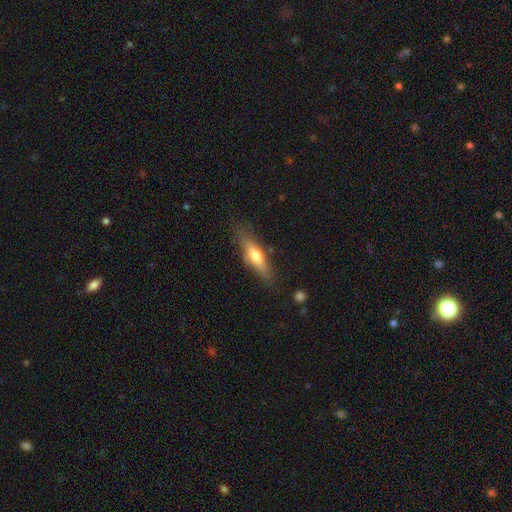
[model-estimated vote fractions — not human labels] The model was most divided on "smooth or featured": smooth: 55%, featured or disk: 39%, star or artifact: 6%. More confident: merging — none (74%); how rounded — cigar-shaped (68%).